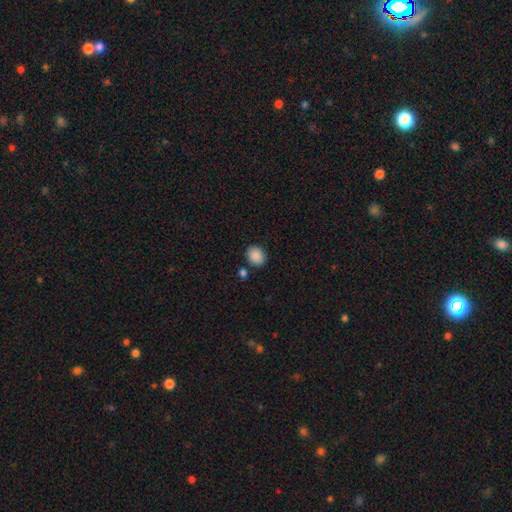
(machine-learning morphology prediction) A smooth galaxy with no disk features (88%) that is round (60%). Merging: none (81%).